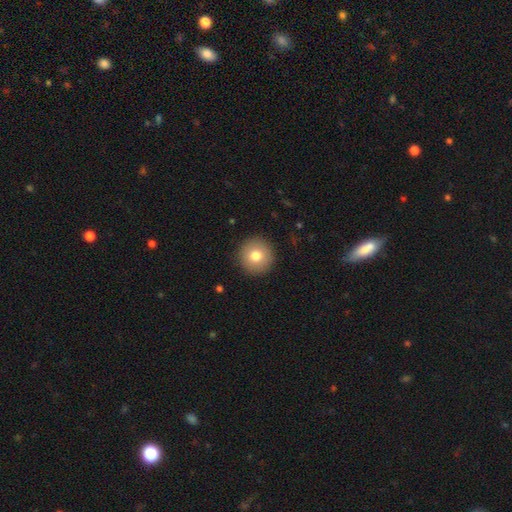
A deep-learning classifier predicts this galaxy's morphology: Smooth or featured: smooth — 78% (featured or disk — 12%)
How rounded: round — 95% (in between — 4%)
Merging: none — 92% (minor disturbance — 5%)